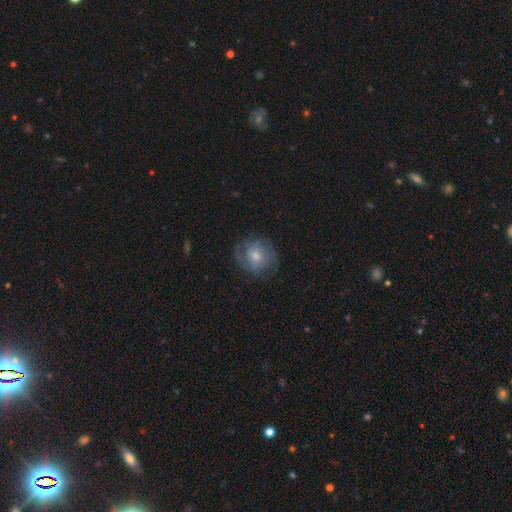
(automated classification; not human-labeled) The model was most divided on "bulge size": moderate: 48%, small: 45%, large: 3%, none: 2%, dominant: 1%. More confident: edge-on disk — no (97%); spiral arms — yes (82%); merging — none (71%); bar — no (69%); smooth or featured — featured or disk (61%).